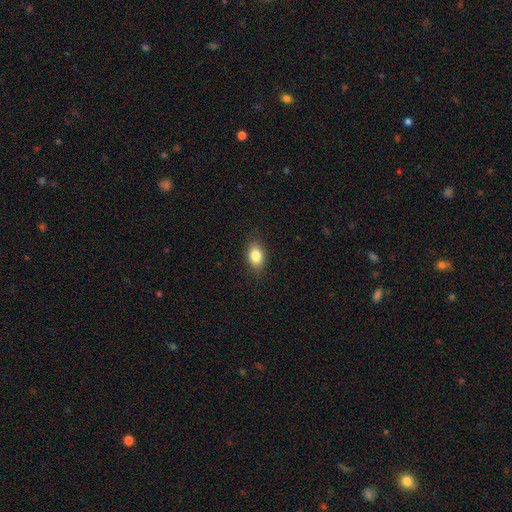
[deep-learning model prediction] Q: Smooth or featured?
A: smooth (85%); runner-up: star or artifact (8%)
Q: How rounded?
A: in between (84%); runner-up: round (15%)
Q: Merging?
A: none (86%); runner-up: minor disturbance (11%)